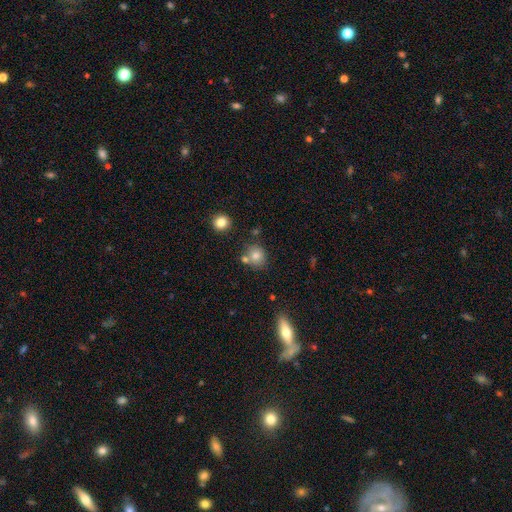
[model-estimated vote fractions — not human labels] Smooth or featured: smooth — 79% (star or artifact — 12%)
How rounded: round — 76% (in between — 23%)
Merging: none — 65% (merger — 18%)